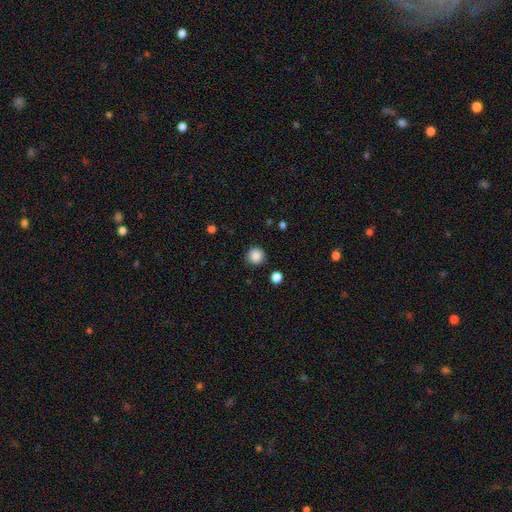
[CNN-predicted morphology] The model was most divided on "smooth or featured": smooth: 87%, star or artifact: 10%, featured or disk: 3%. More confident: how rounded — round (94%); merging — none (88%).